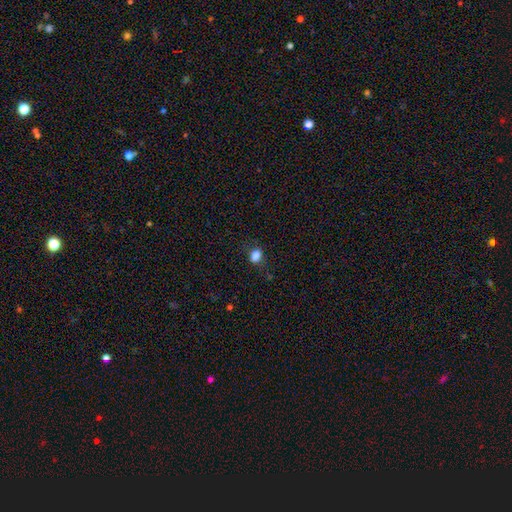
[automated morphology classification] Q: Smooth or featured?
A: smooth (83%); runner-up: star or artifact (12%)
Q: How rounded?
A: in between (63%); runner-up: round (35%)
Q: Merging?
A: none (76%); runner-up: minor disturbance (17%)